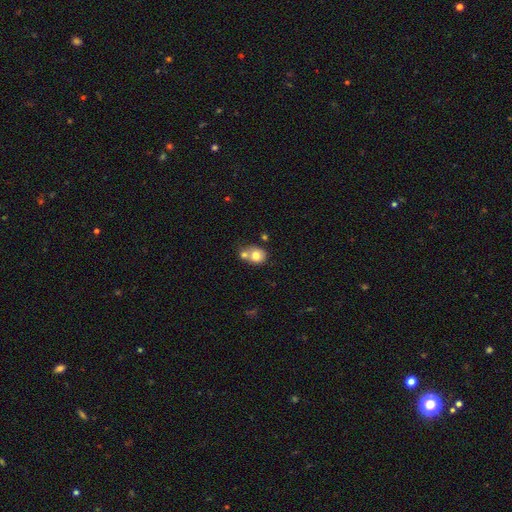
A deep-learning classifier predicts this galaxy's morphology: Q: Smooth or featured?
A: smooth (74%); runner-up: featured or disk (16%)
Q: How rounded?
A: round (70%); runner-up: in between (29%)
Q: Merging?
A: merger (51%); runner-up: none (36%)